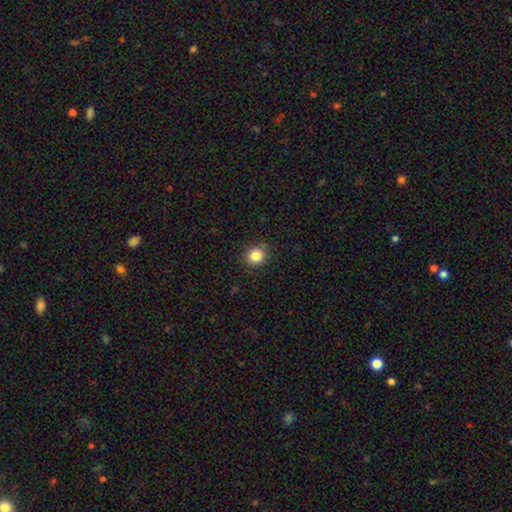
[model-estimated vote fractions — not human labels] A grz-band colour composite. It shows a smooth galaxy with no disk features (84%) that is round (84%). Merging: none (89%).